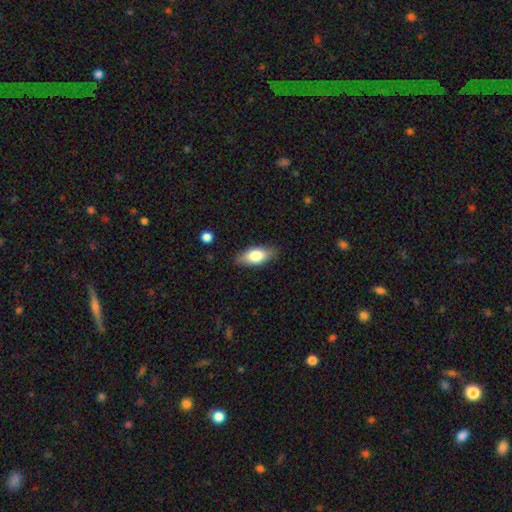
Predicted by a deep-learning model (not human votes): Smooth or featured: smooth — 77% (featured or disk — 17%)
How rounded: in between — 86% (cigar-shaped — 11%)
Merging: none — 85% (minor disturbance — 11%)